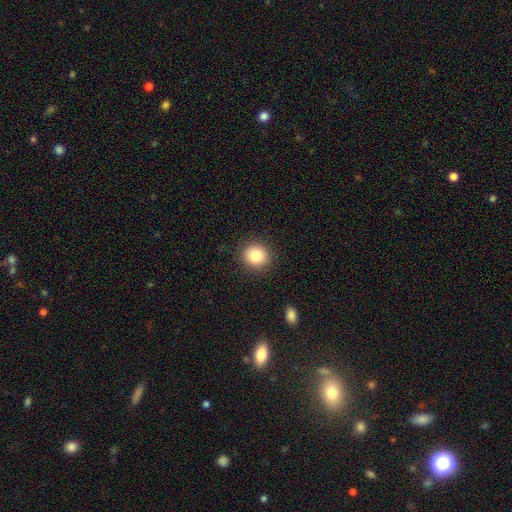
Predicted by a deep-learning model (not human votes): Morphology: type=smooth (83%); roundness=round (90%); merging=none (91%).